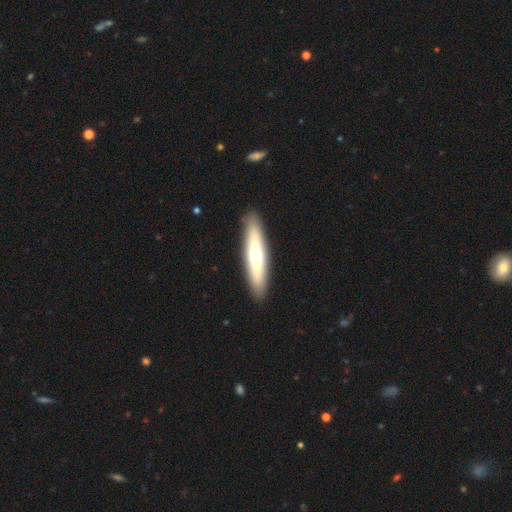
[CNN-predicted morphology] This is possibly a smooth galaxy (55%). How rounded: clearly cigar-shaped (82%). Merging: clearly none (91%).